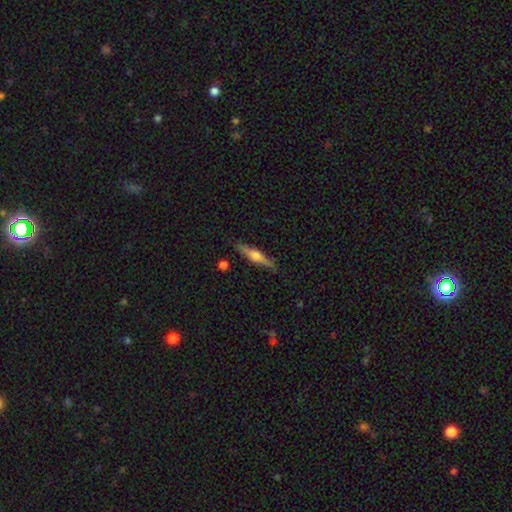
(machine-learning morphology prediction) The model was most divided on "smooth or featured": featured or disk: 60%, smooth: 34%, star or artifact: 6%. More confident: edge-on disk — yes (96%); edge-on bulge — rounded (89%); merging — none (87%).